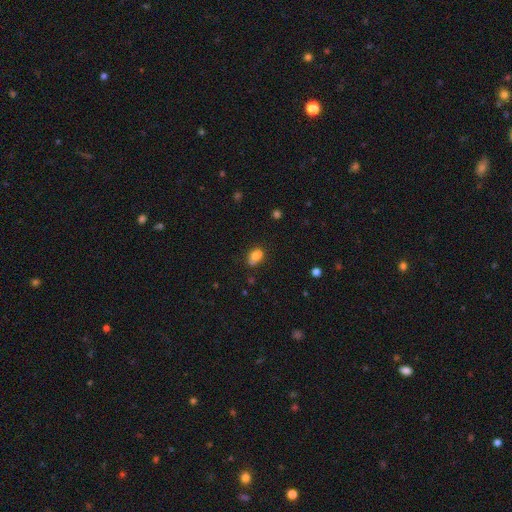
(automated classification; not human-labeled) Q: Smooth or featured?
A: smooth (75%); runner-up: featured or disk (13%)
Q: How rounded?
A: in between (67%); runner-up: round (32%)
Q: Merging?
A: none (45%); runner-up: merger (29%)